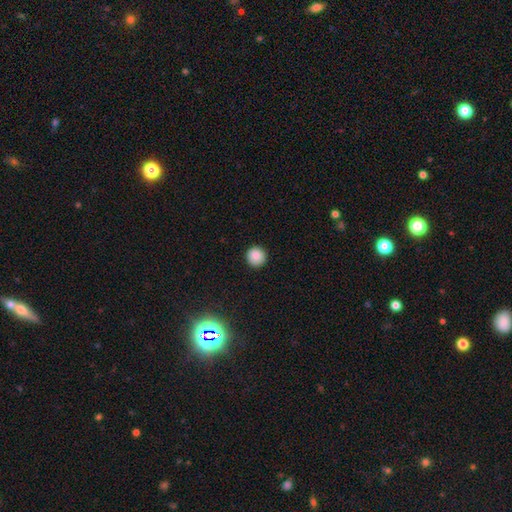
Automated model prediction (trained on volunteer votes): This appears to be a smooth galaxy with no disk features (85%) that is round (95%). Merging: none (91%).